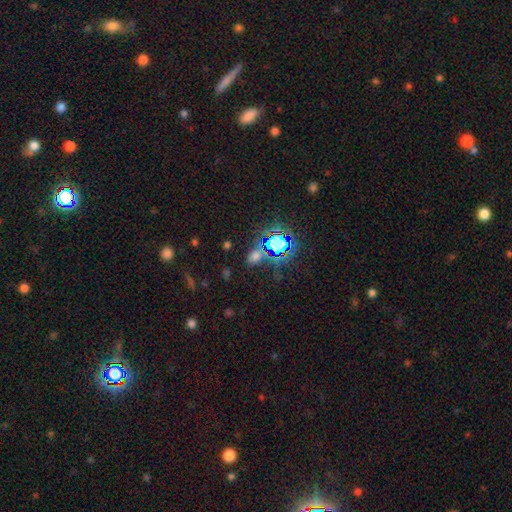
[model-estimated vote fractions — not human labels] Smooth or featured?
  - star or artifact: 50% *
  - smooth: 42%
  - featured or disk: 8%